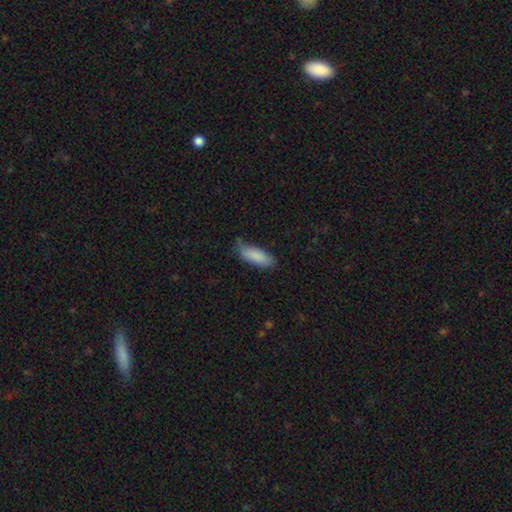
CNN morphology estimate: Smooth or featured: smooth — 87% (featured or disk — 7%)
How rounded: in between — 69% (cigar-shaped — 29%)
Merging: none — 64% (minor disturbance — 29%)